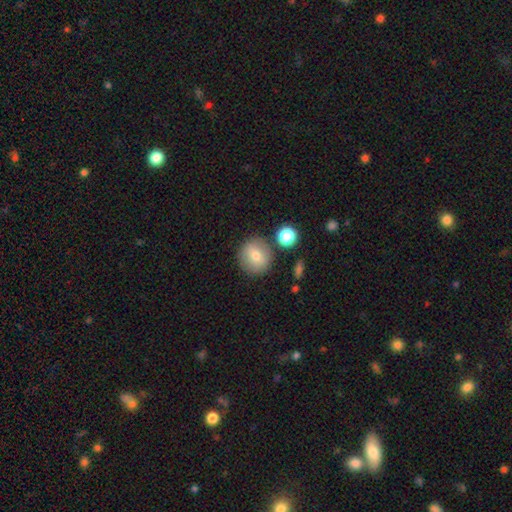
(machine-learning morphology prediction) This is likely a smooth galaxy (75%). How rounded: clearly round (92%). Merging: likely none (78%).